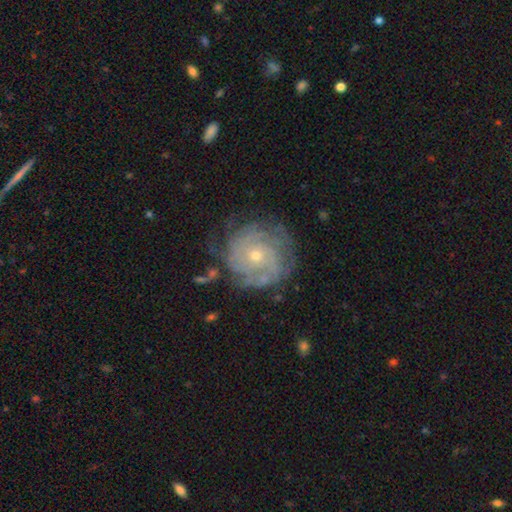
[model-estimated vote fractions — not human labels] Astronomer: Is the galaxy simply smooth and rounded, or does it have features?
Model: featured or disk — 80%.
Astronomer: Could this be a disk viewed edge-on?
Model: no — 97%.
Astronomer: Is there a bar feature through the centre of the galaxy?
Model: no — 83%.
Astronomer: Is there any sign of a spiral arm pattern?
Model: yes — 90%.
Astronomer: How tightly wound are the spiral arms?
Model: tight — 76%.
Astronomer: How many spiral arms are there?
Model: can't tell — 45%.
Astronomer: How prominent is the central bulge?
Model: small — 62%.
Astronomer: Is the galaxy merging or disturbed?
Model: none — 71%.